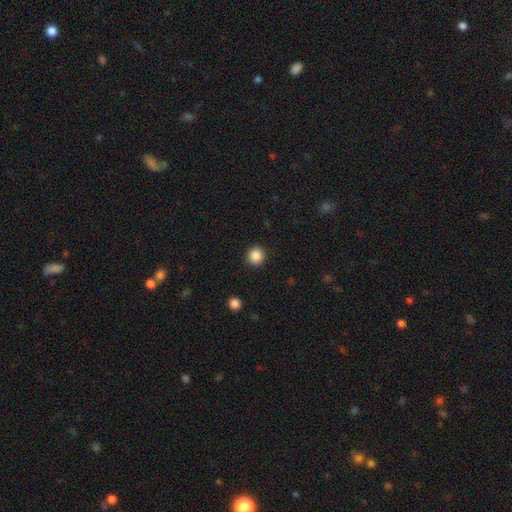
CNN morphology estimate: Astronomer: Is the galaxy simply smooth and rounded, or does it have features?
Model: smooth — 87%.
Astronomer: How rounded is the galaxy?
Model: round — 92%.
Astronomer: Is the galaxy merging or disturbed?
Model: none — 92%.